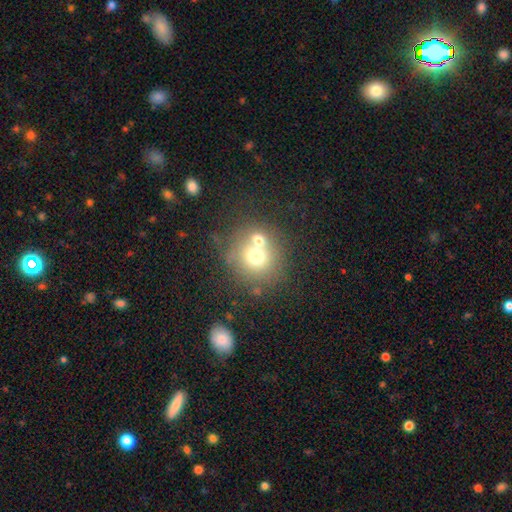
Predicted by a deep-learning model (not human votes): Overall: smooth (66%). How rounded: round (85%). Merging: merger (45%; none 41%).